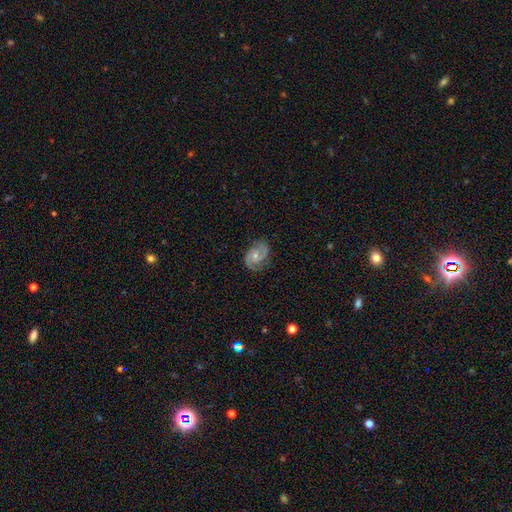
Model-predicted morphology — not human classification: A featured or disk galaxy (85%) with no bar (62%), 2 (86%) medium (49%) spiral arms (97%) and a small central bulge (49%). Merging: none (79%).